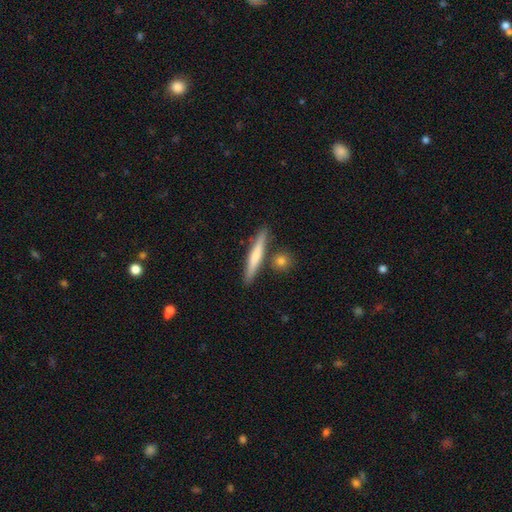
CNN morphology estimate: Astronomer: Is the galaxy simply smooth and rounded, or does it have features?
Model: smooth — 59% (runner-up: featured or disk, 35%).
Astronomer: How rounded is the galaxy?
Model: cigar-shaped — 93%.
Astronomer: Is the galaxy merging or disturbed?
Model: none — 83%.